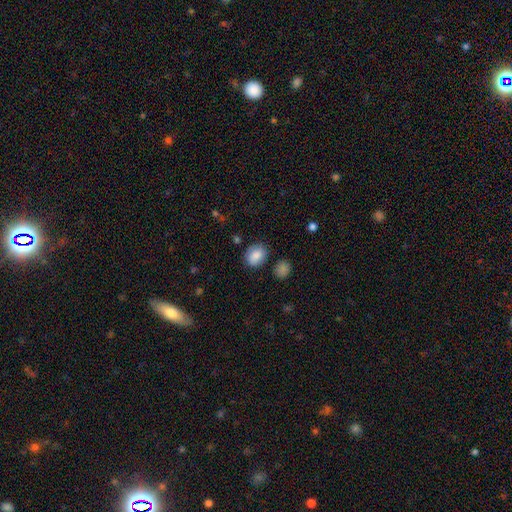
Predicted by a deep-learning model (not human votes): smooth_or_featured: smooth (p=0.83) [alt: featured or disk p=0.09]
how_rounded: in between (p=0.52) [alt: round p=0.47]
merging: none (p=0.78) [alt: minor disturbance p=0.15]